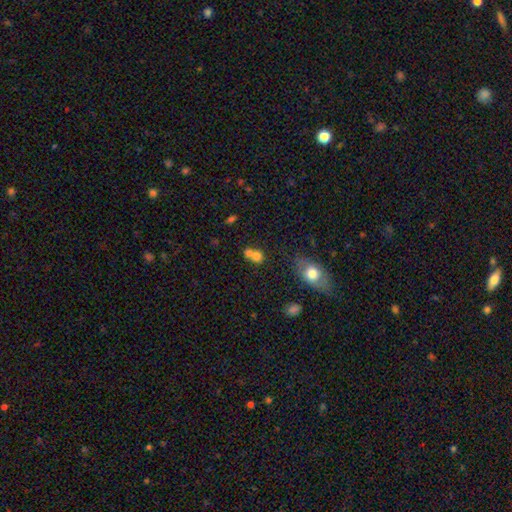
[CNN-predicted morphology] smooth_or_featured: smooth (p=0.73) [alt: featured or disk p=0.15]
how_rounded: round (p=0.72) [alt: in between p=0.27]
merging: merger (p=0.59) [alt: none p=0.30]